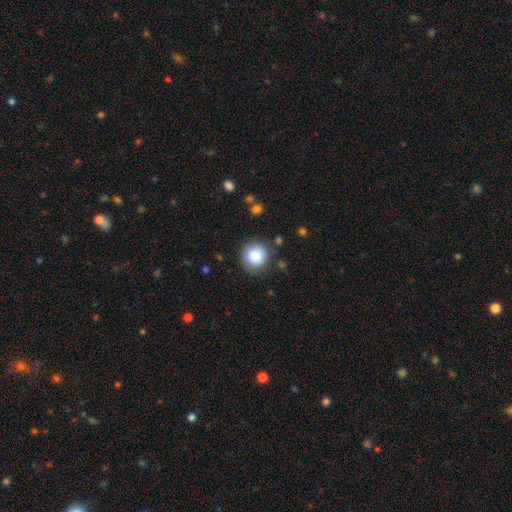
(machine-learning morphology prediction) This is clearly a smooth galaxy (82%). How rounded: clearly round (94%). Merging: clearly none (85%).